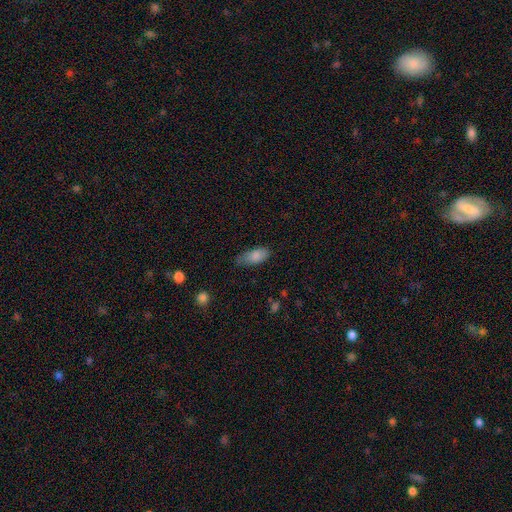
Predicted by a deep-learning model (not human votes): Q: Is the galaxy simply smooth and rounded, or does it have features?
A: smooth — 83%.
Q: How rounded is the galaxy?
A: in between — 88%.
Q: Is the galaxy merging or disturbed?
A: none — 54%.